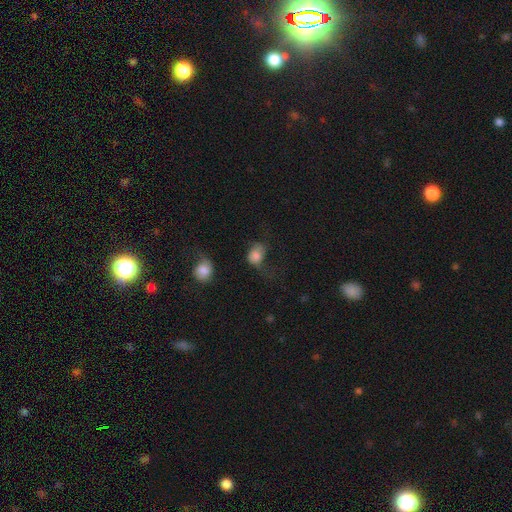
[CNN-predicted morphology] smooth 77%, featured or disk 13%, star or artifact 10%. Down the decision tree: how rounded — in between (64%); merging — major disturbance (42%).